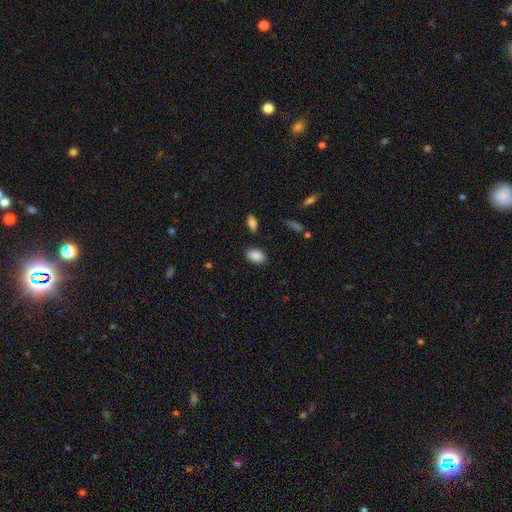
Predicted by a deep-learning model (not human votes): A smooth galaxy with no disk features (88%) that is in between round and cigar-shaped (90%).

Vote fractions:
- Smooth or featured? smooth: 88% / star or artifact: 8% / featured or disk: 4%
- How rounded? in between: 90% / round: 8% / cigar-shaped: 2%
- Merging? none: 85% / minor disturbance: 10% / major disturbance: 3% / merger: 2%